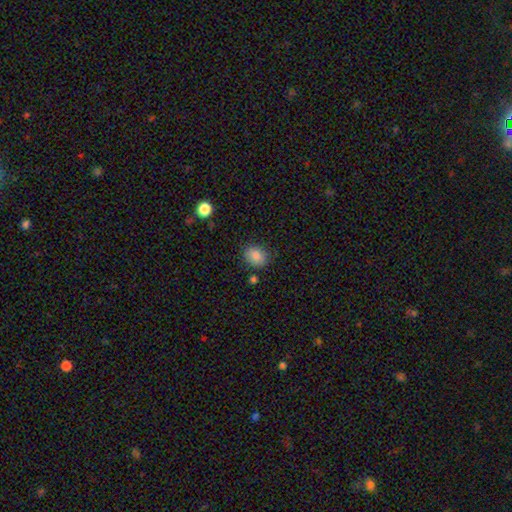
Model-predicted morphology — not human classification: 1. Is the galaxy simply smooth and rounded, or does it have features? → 86% smooth, 9% star or artifact, 5% featured or disk.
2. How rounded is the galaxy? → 51% round, 48% in between, 1% cigar-shaped.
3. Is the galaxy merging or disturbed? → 80% none, 14% minor disturbance, 3% major disturbance, 3% merger.